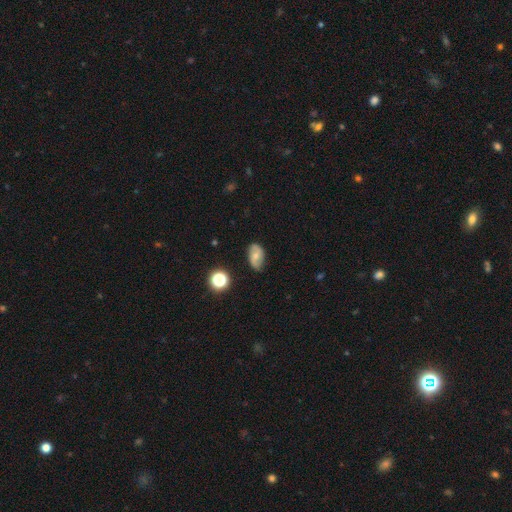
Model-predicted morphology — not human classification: type=featured or disk (46%); merging=none (74%).